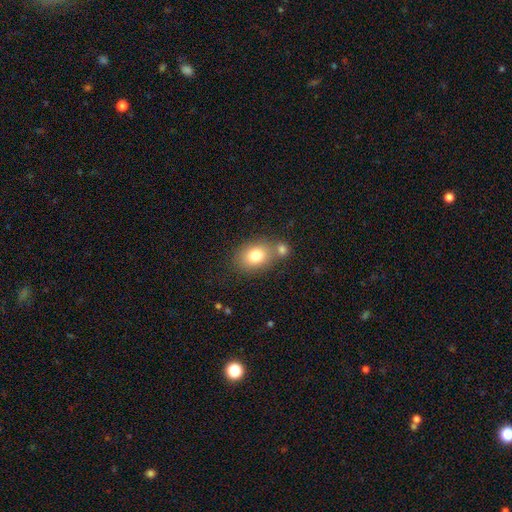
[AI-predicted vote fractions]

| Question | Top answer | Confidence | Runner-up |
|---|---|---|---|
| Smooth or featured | smooth | 79% | featured or disk (12%) |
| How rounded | in between | 64% | round (35%) |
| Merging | none | 57% | merger (26%) |